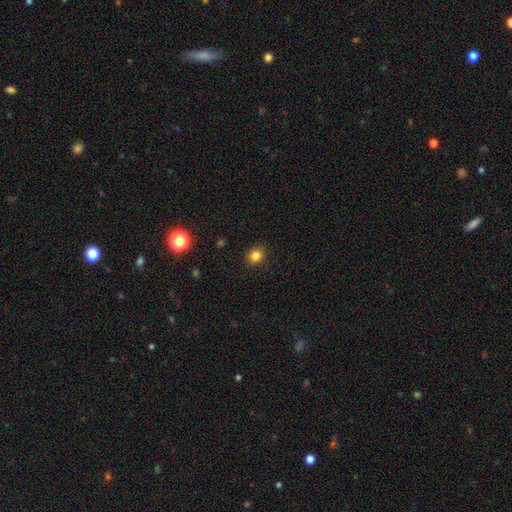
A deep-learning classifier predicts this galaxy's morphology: smooth 82%, star or artifact 13%, featured or disk 5%. Down the decision tree: how rounded — round (75%); merging — none (90%).